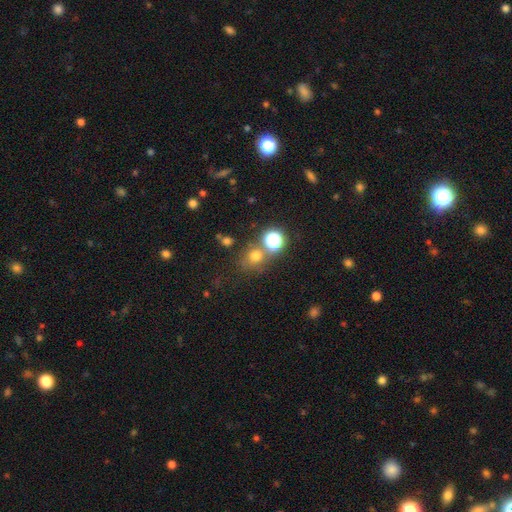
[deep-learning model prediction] Q: Smooth or featured?
A: smooth (67%); runner-up: star or artifact (24%)
Q: How rounded?
A: round (81%); runner-up: in between (18%)
Q: Merging?
A: none (64%); runner-up: merger (20%)